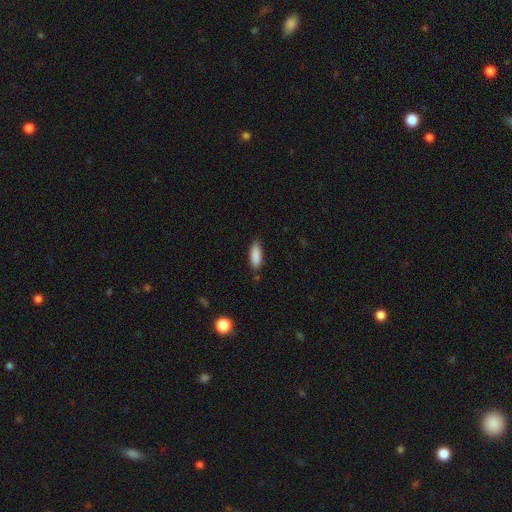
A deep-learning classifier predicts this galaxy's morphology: Smooth or featured? smooth (88%)
How rounded? in between (62%)
Merging? none (83%)